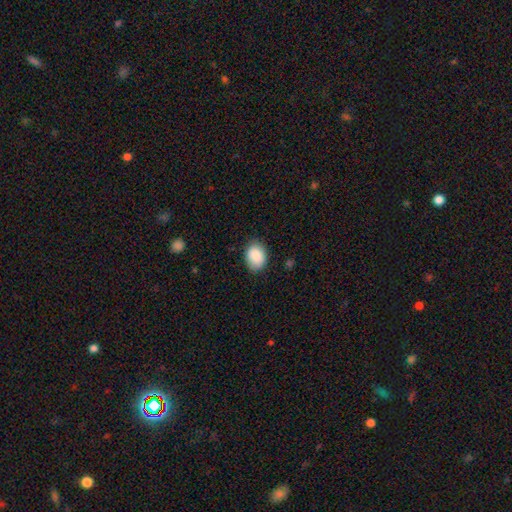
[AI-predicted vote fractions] This is clearly a smooth galaxy (88%). How rounded: likely in between (69%). Merging: clearly none (82%).